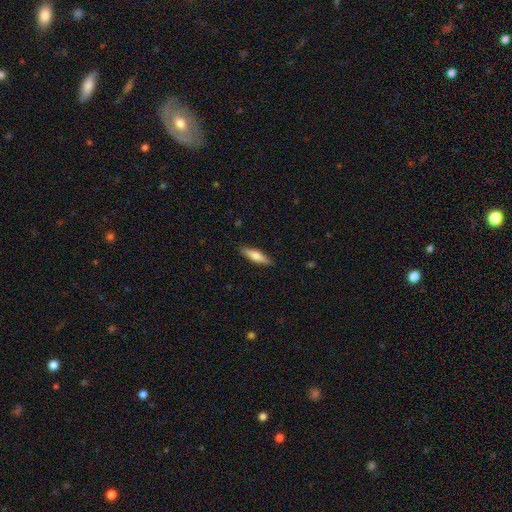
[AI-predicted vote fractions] Q: Smooth or featured?
A: smooth (61%); runner-up: featured or disk (34%)
Q: How rounded?
A: cigar-shaped (65%); runner-up: in between (33%)
Q: Merging?
A: none (88%); runner-up: minor disturbance (9%)